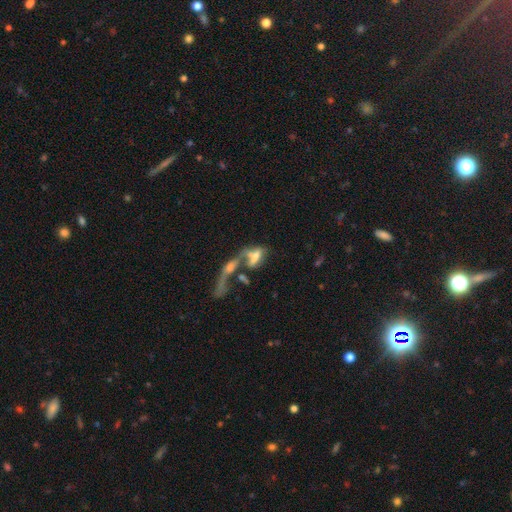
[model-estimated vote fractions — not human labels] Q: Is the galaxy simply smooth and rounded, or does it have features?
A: featured or disk — 46%.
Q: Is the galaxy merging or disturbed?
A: merger — 64%.